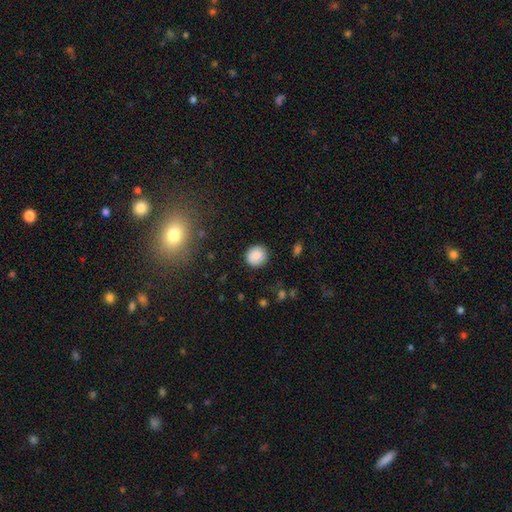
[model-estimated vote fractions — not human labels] Overall: smooth (87%). How rounded: round (86%). Merging: none (87%).